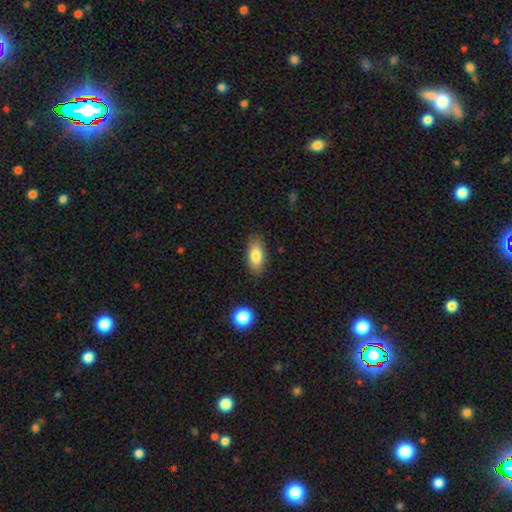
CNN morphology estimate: Smooth or featured? Predicted: smooth (p=0.82). How rounded? Predicted: in between (p=0.88). Merging? Predicted: none (p=0.85).